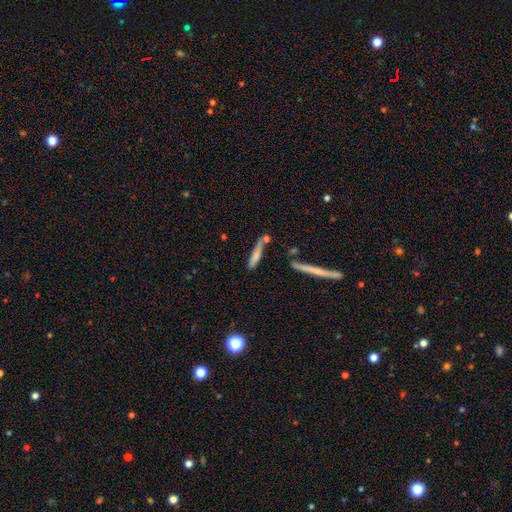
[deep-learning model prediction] smooth-or-featured: smooth: 68% | featured or disk: 25% | star or artifact: 8%
  how-rounded: cigar-shaped: 87% | in between: 12% | round: 2%
  merging: none: 56% | minor disturbance: 19% | merger: 19% | major disturbance: 6%